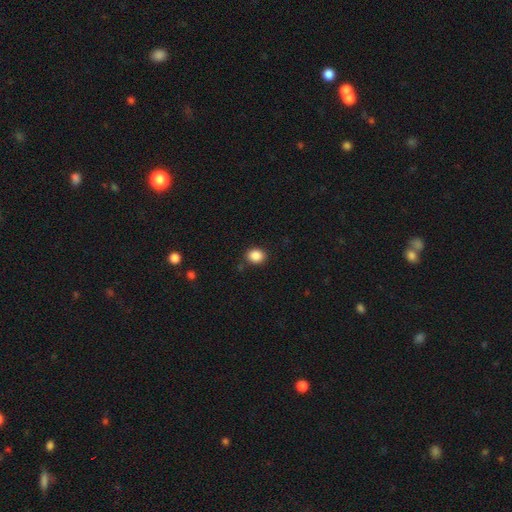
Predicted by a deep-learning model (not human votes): smooth-or-featured: smooth: 88% | star or artifact: 9% | featured or disk: 3%
  how-rounded: round: 61% | in between: 38% | cigar-shaped: 1%
  merging: none: 85% | minor disturbance: 11% | major disturbance: 3% | merger: 2%